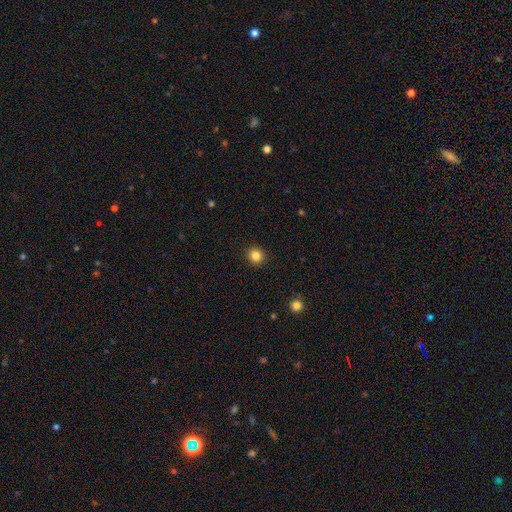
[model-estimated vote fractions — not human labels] Morphology: type=smooth (83%); roundness=round (93%); merging=none (93%).